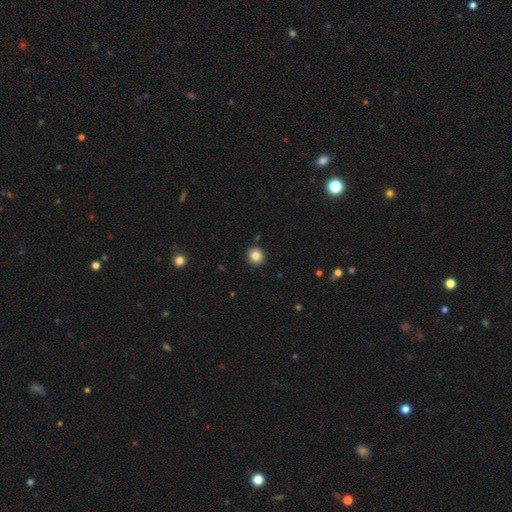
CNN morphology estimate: Smooth or featured: smooth — 85% (star or artifact — 10%)
How rounded: round — 90% (in between — 9%)
Merging: none — 90% (minor disturbance — 6%)